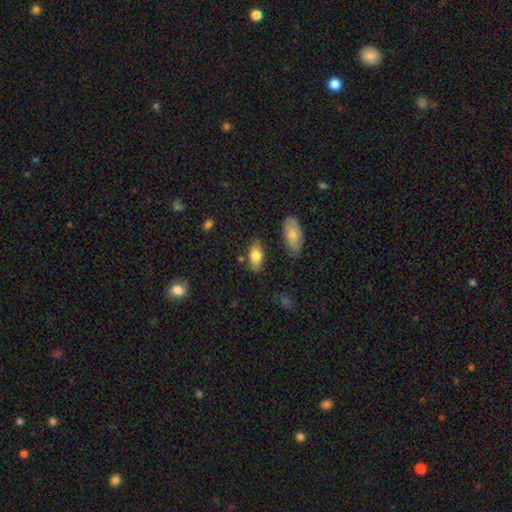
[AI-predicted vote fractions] Morphology: type=smooth (77%); roundness=in between (89%); merging=none (77%).